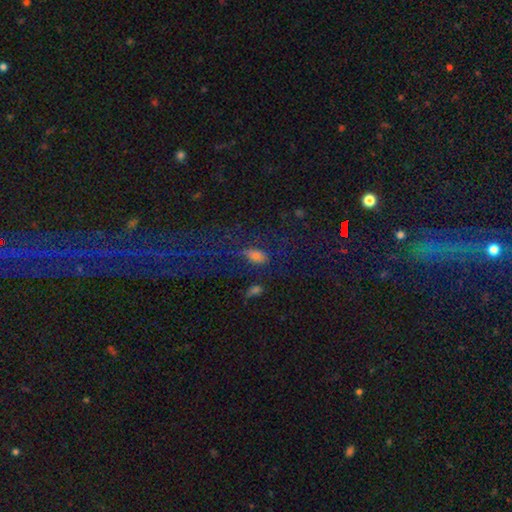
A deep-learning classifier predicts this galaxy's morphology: The model was most divided on "smooth or featured": smooth: 54%, star or artifact: 31%, featured or disk: 14%. More confident: how rounded — in between (78%); merging — none (57%).